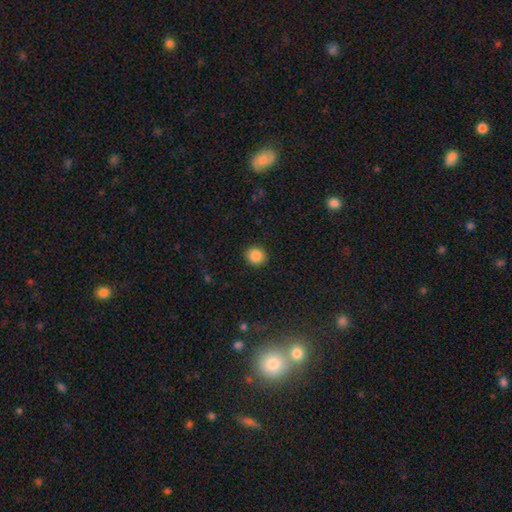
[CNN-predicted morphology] Smooth or featured: smooth — 88% (star or artifact — 9%)
How rounded: round — 85% (in between — 14%)
Merging: none — 91% (minor disturbance — 6%)